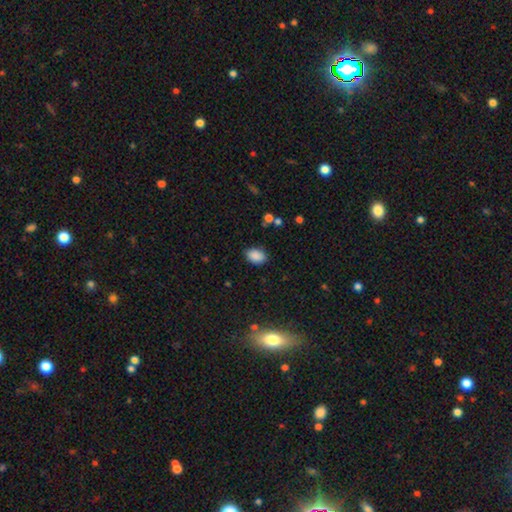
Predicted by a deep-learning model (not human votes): A smooth galaxy with no disk features (86%) that is in between round and cigar-shaped (79%). Merging: none (84%).